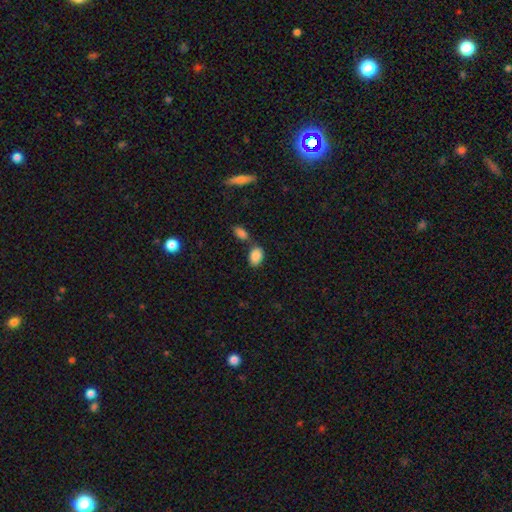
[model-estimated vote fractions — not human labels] Smooth or featured: smooth — 88% (star or artifact — 8%)
How rounded: in between — 89% (round — 9%)
Merging: none — 59% (merger — 24%)